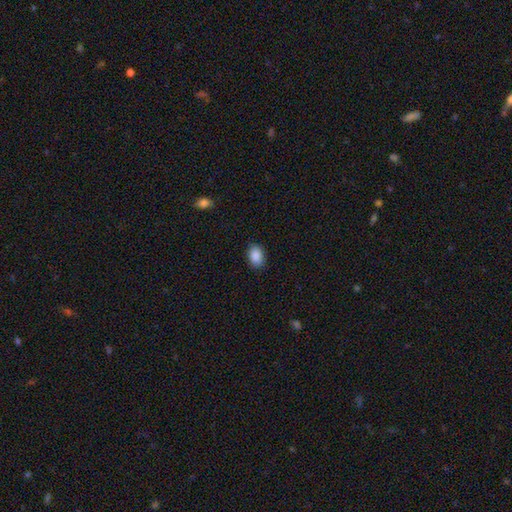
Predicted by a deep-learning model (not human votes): This is clearly a smooth galaxy (89%). How rounded: clearly in between (84%). Merging: clearly none (88%).